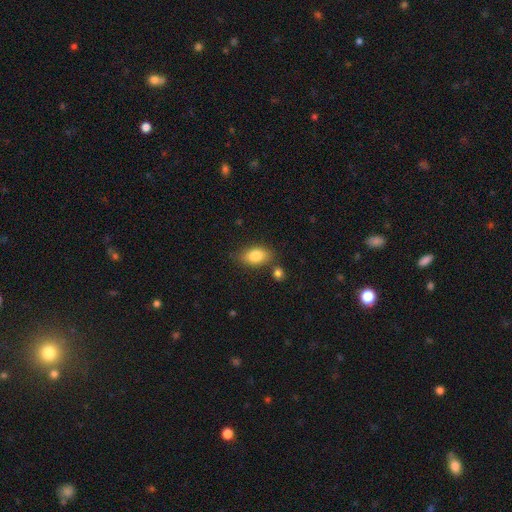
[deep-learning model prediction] A smooth galaxy with no disk features (83%) that is in between round and cigar-shaped (88%). Merging: none (73%).